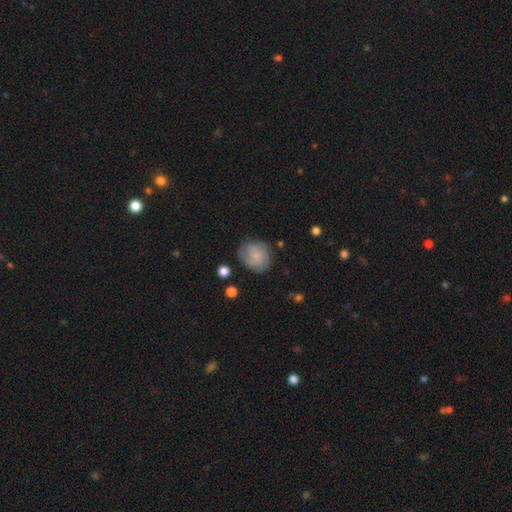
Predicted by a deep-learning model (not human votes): This appears to be a featured or disk galaxy (47%). Merging: none (71%).